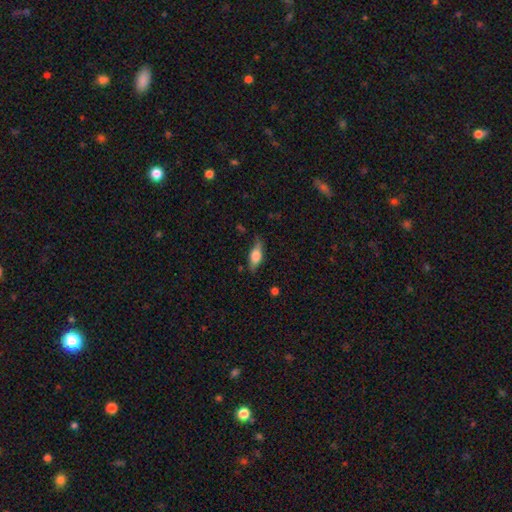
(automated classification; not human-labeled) The model was most divided on "smooth or featured": smooth: 60%, featured or disk: 33%, star or artifact: 7%. More confident: merging — none (76%); how rounded — in between (69%).